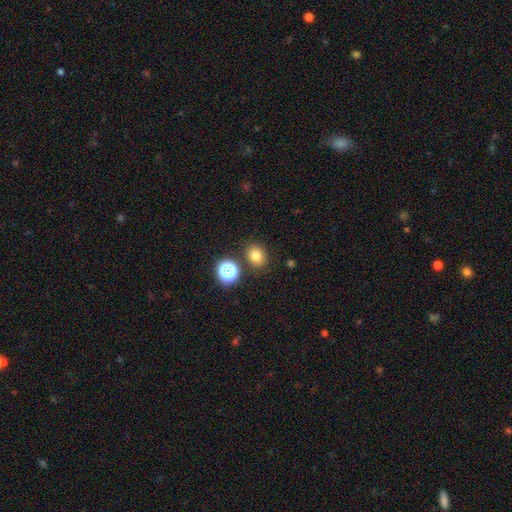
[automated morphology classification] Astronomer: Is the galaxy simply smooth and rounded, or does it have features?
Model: smooth — 78%.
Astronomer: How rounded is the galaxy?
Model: round — 58% (runner-up: in between, 41%).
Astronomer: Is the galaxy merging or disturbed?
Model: none — 82%.